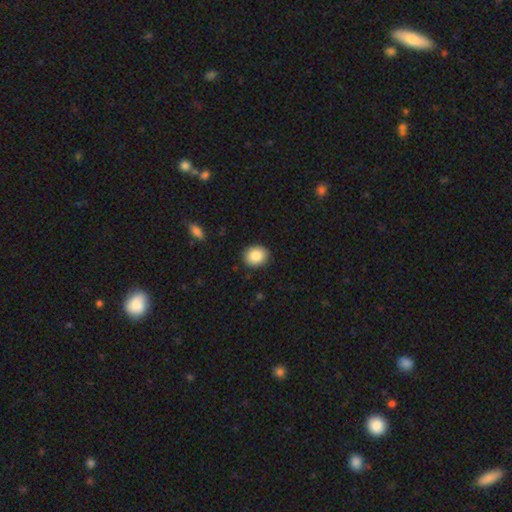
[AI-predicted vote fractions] The model was most divided on "how rounded": round: 63%, in between: 36%, cigar-shaped: 1%. More confident: merging — none (89%); smooth or featured — smooth (88%).